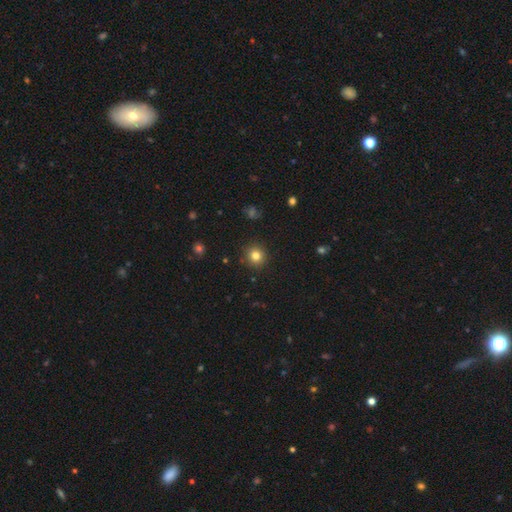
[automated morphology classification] This is clearly a smooth galaxy (81%). How rounded: clearly round (93%). Merging: clearly none (91%).